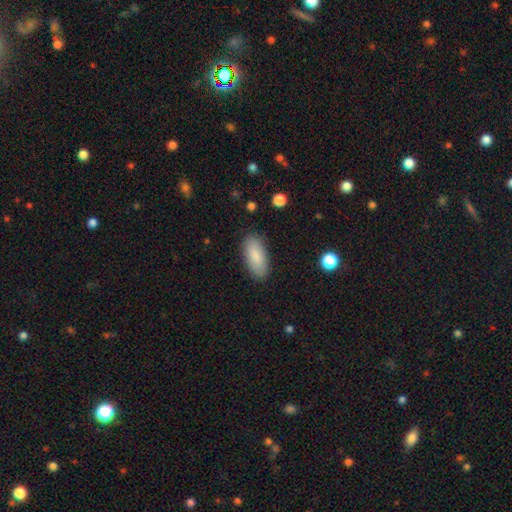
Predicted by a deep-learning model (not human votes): Smooth or featured?
  - smooth: 86% *
  - featured or disk: 7%
  - star or artifact: 6%
How rounded?
  - in between: 86% *
  - cigar-shaped: 12%
  - round: 2%
Merging?
  - none: 87% *
  - minor disturbance: 10%
  - major disturbance: 2%
  - merger: 1%